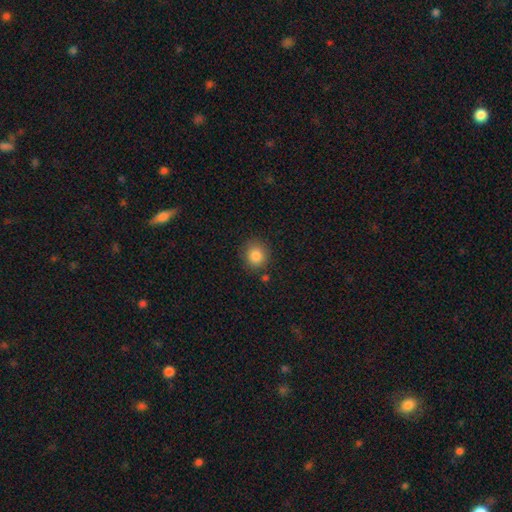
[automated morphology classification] Smooth or featured? smooth (85%)
How rounded? round (86%)
Merging? none (83%)